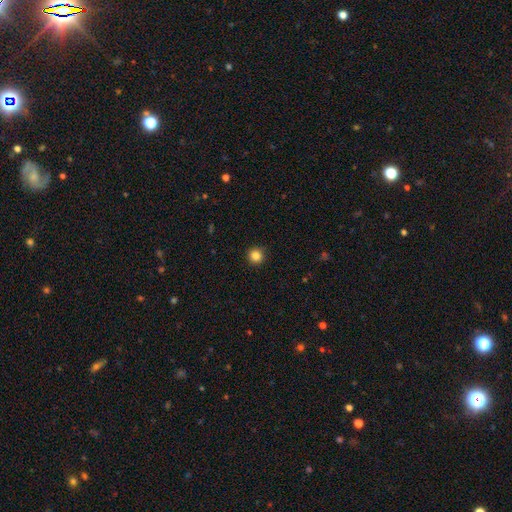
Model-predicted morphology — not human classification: Smooth or featured?
  - smooth: 86% *
  - star or artifact: 11%
  - featured or disk: 4%
How rounded?
  - round: 95% *
  - in between: 4%
  - cigar-shaped: 1%
Merging?
  - none: 92% *
  - minor disturbance: 5%
  - major disturbance: 2%
  - merger: 1%